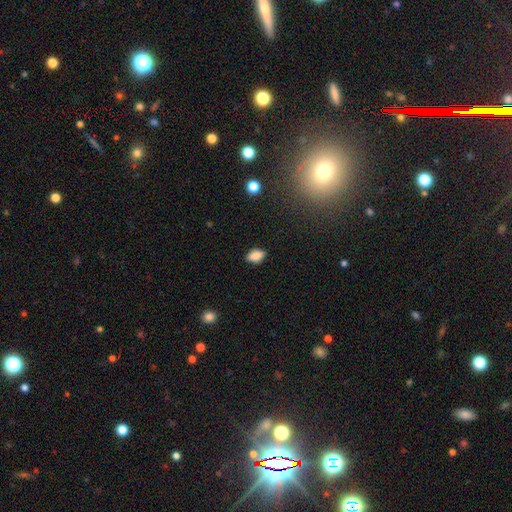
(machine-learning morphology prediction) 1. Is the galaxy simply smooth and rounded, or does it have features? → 86% smooth, 8% star or artifact, 6% featured or disk.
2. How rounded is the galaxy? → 88% in between, 8% round, 3% cigar-shaped.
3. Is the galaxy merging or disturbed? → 84% none, 12% minor disturbance, 2% major disturbance, 1% merger.